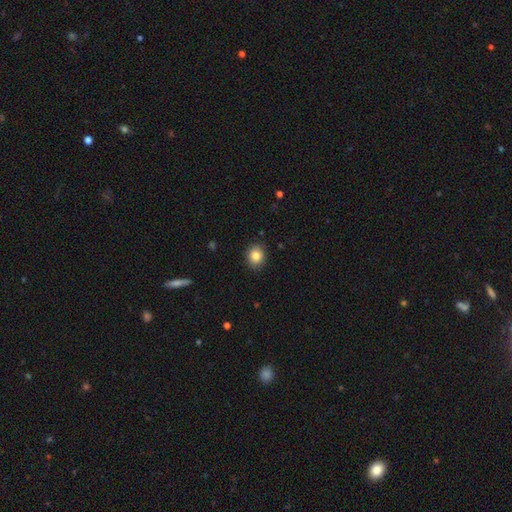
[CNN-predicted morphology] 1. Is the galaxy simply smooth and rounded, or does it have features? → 85% smooth, 9% star or artifact, 5% featured or disk.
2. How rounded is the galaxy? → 68% round, 31% in between, 1% cigar-shaped.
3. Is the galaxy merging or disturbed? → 88% none, 9% minor disturbance, 2% major disturbance, 1% merger.